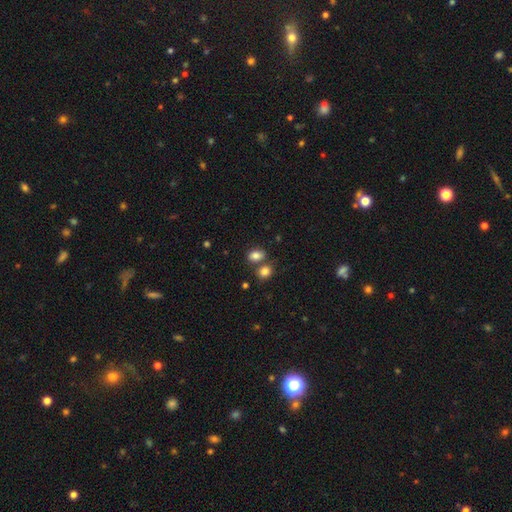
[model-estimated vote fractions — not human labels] Morphology: type=smooth (83%); roundness=in between (71%); merging=none (57%).